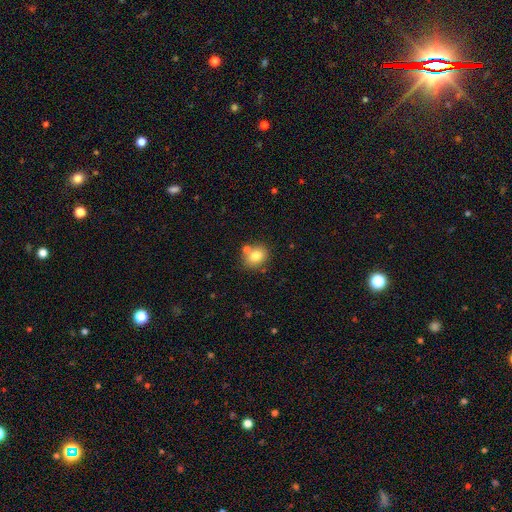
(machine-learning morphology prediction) type=smooth (79%); roundness=round (56%); merging=none (68%).